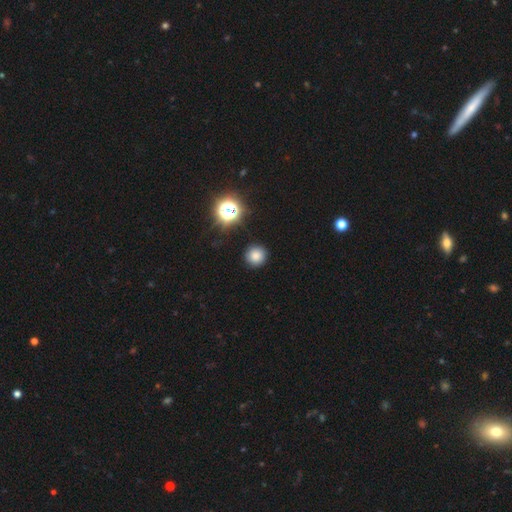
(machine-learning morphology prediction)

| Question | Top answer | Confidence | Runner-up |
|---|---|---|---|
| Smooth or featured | smooth | 79% | star or artifact (16%) |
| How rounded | round | 95% | in between (4%) |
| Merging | none | 90% | minor disturbance (6%) |